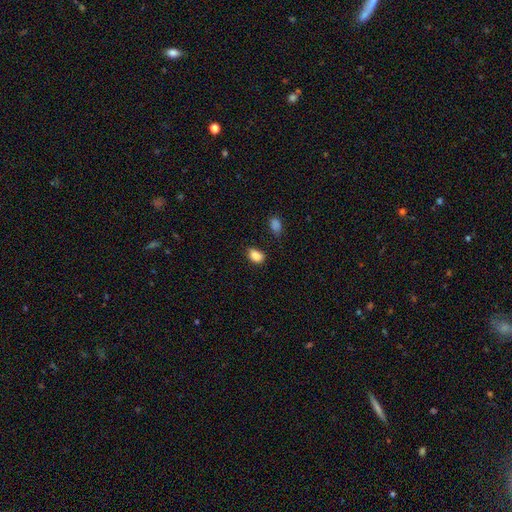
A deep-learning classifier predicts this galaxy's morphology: smooth-or-featured: smooth: 87% | star or artifact: 9% | featured or disk: 4%
  how-rounded: in between: 81% | round: 17% | cigar-shaped: 1%
  merging: none: 71% | minor disturbance: 21% | major disturbance: 4% | merger: 4%